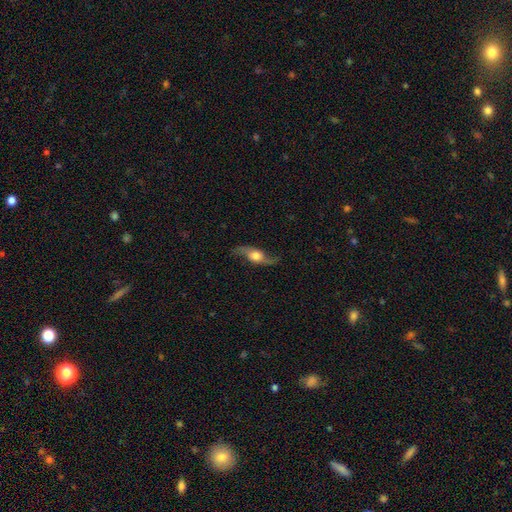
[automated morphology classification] Overall: featured or disk (74%). Edge-on disk: no (70%; yes 30%). Bar: no (72%). Spiral arms: yes (91%). Bulge size: moderate (47%; large 34%). Merging: none (75%).